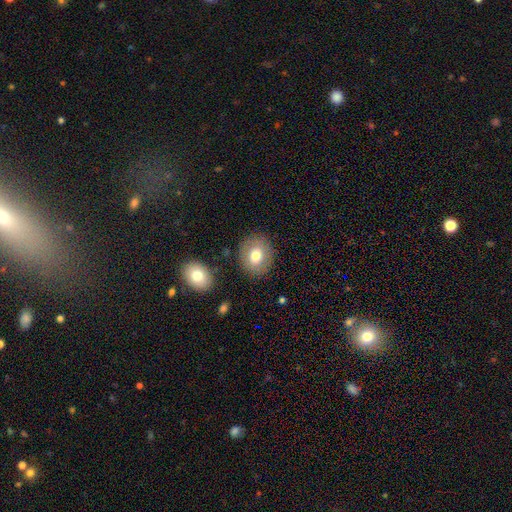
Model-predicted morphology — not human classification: This appears to be a smooth galaxy with no disk features (74%) that is round (70%). Merging: none (83%).